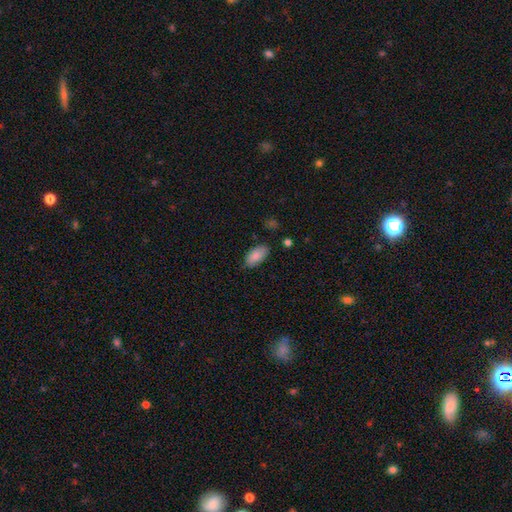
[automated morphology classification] type=smooth (86%); roundness=in between (94%); merging=none (79%).